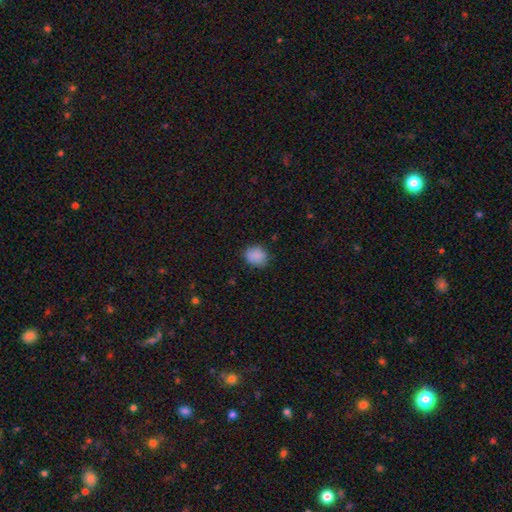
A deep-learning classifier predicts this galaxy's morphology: Overall: smooth (88%). How rounded: round (64%; in between 36%). Merging: none (81%).